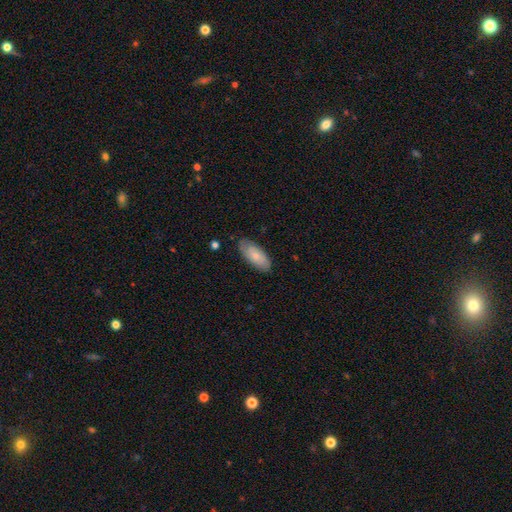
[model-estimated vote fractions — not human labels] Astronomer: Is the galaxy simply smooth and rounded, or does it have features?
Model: smooth — 73%.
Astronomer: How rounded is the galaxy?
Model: in between — 85%.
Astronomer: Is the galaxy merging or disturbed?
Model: none — 81%.